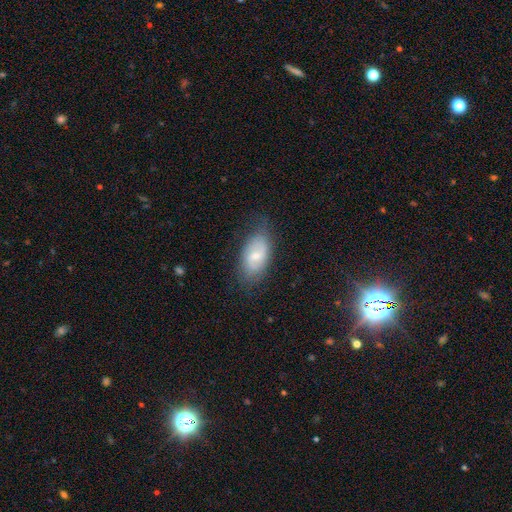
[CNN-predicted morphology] A smooth galaxy with no disk features (46%). Merging: none (73%).